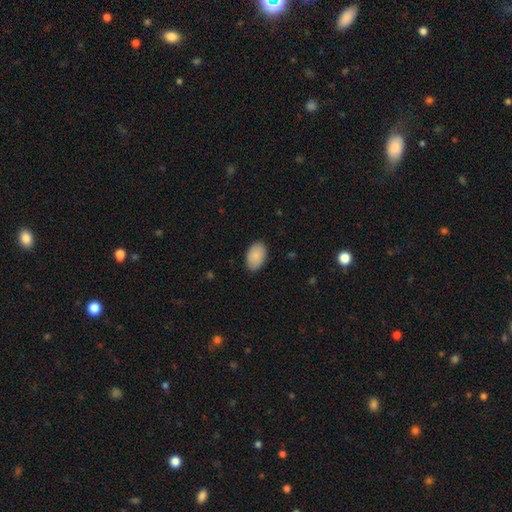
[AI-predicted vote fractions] This appears to be a smooth galaxy with no disk features (86%) that is in between round and cigar-shaped (91%). Merging: none (85%).